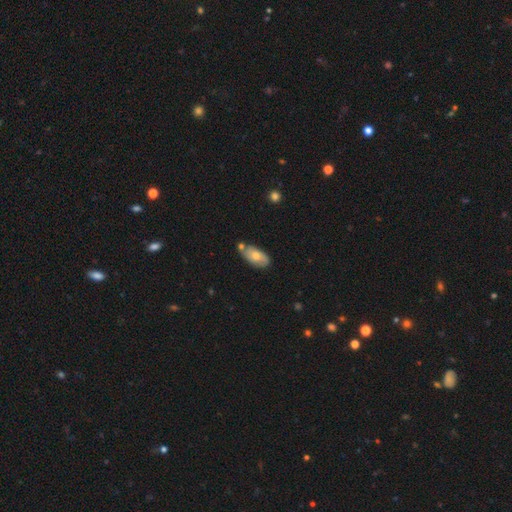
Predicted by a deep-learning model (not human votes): The model was most divided on "smooth or featured": smooth: 61%, featured or disk: 32%, star or artifact: 7%. More confident: how rounded — in between (91%); merging — none (58%).